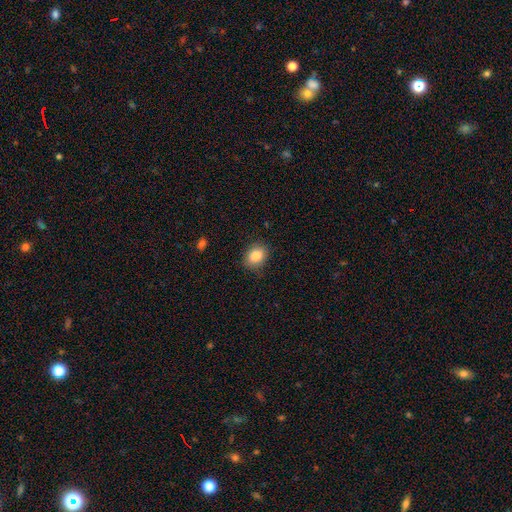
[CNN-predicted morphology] Smooth or featured?
  - smooth: 85% *
  - star or artifact: 9%
  - featured or disk: 6%
How rounded?
  - in between: 63% *
  - round: 36%
  - cigar-shaped: 1%
Merging?
  - none: 84% *
  - minor disturbance: 12%
  - major disturbance: 3%
  - merger: 1%